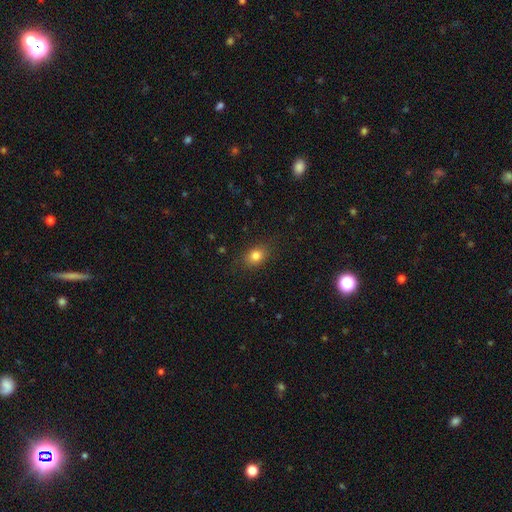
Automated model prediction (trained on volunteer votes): Morphology: type=smooth (81%); roundness=in between (58%); merging=none (84%).